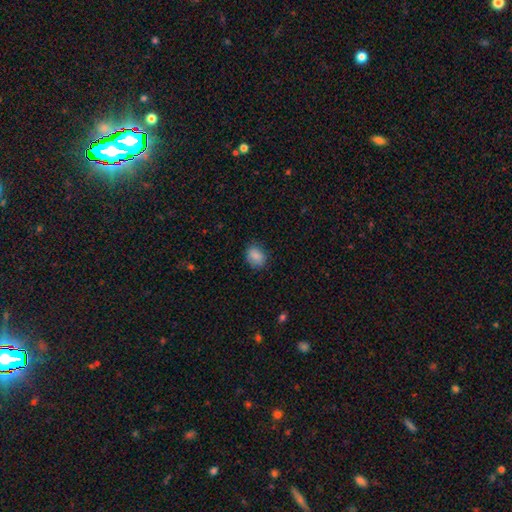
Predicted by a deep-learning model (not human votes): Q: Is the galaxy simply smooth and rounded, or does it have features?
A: smooth — 87%.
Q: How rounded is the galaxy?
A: in between — 57%.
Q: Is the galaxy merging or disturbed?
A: none — 80%.